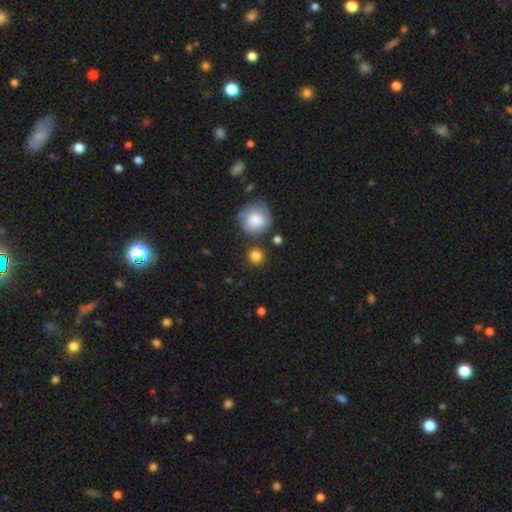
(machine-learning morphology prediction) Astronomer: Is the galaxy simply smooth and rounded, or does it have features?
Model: smooth — 84%.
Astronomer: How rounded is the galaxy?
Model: round — 93%.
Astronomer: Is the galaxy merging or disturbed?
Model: none — 80%.